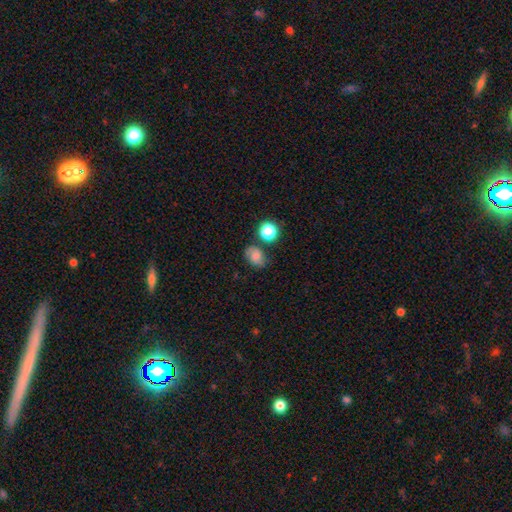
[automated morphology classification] smooth 67%, featured or disk 20%, star or artifact 13%. Down the decision tree: how rounded — in between (59%); merging — none (63%).